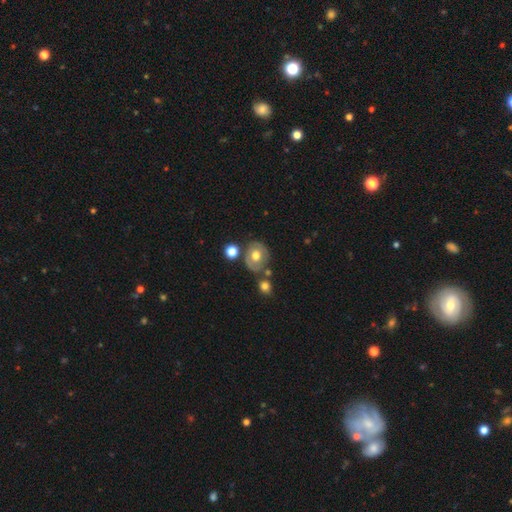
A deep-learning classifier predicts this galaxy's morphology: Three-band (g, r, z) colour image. It shows a smooth galaxy with no disk features (51%) that is round (64%). Merging: none (66%).